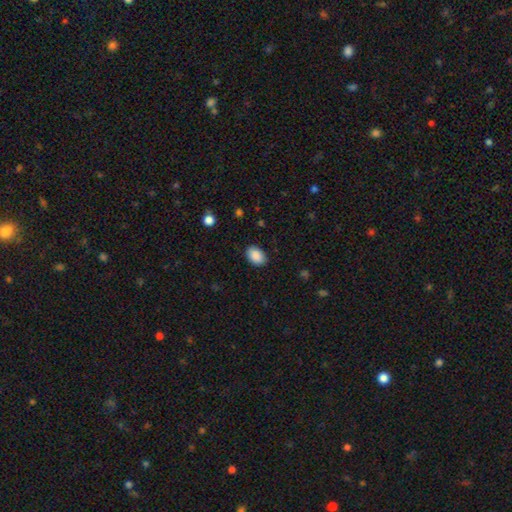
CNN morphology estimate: This appears to be a smooth galaxy with no disk features (89%) that is in between round and cigar-shaped (84%). Merging: none (87%).